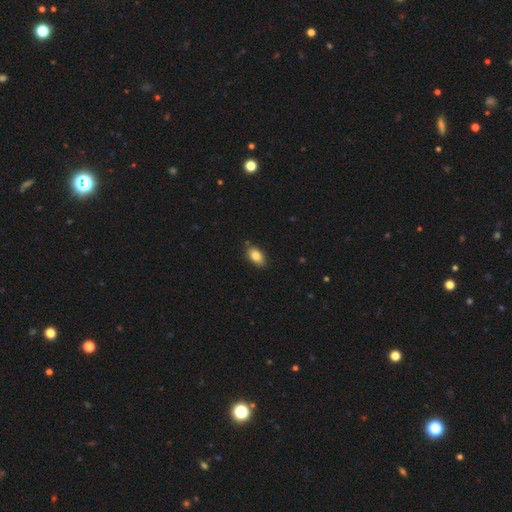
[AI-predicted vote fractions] Smooth or featured?
  - smooth: 85% *
  - star or artifact: 8%
  - featured or disk: 8%
How rounded?
  - in between: 90% *
  - round: 7%
  - cigar-shaped: 2%
Merging?
  - none: 84% *
  - minor disturbance: 12%
  - major disturbance: 2%
  - merger: 2%